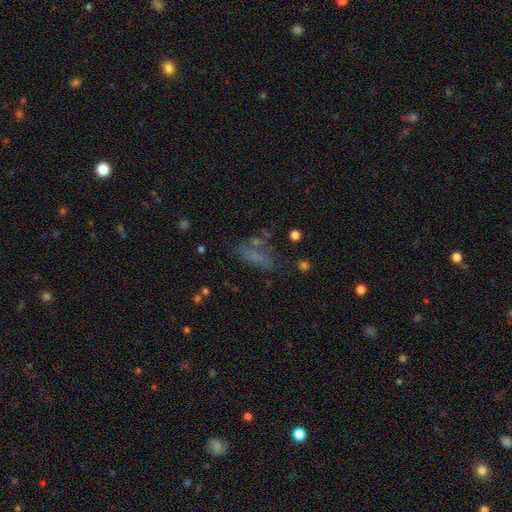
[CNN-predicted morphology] This is possibly a smooth galaxy (57%). How rounded: likely in between (66%). Merging: possibly none (50%).